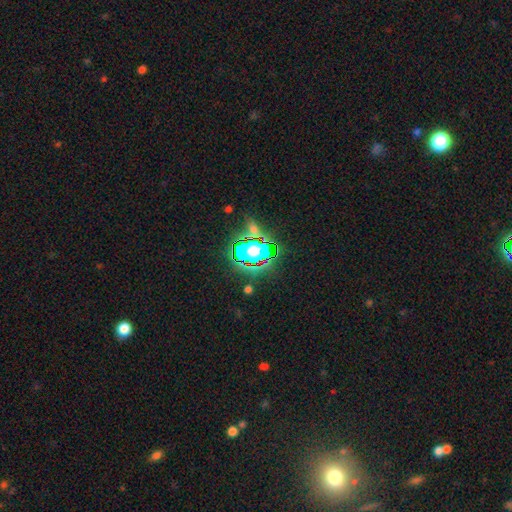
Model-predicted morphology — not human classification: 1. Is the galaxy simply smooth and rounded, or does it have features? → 82% star or artifact, 11% smooth, 8% featured or disk.